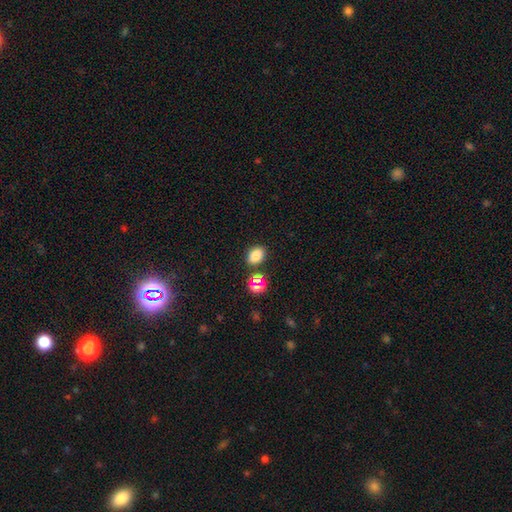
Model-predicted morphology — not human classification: Overall: smooth (79%). How rounded: in between (71%). Merging: none (80%).